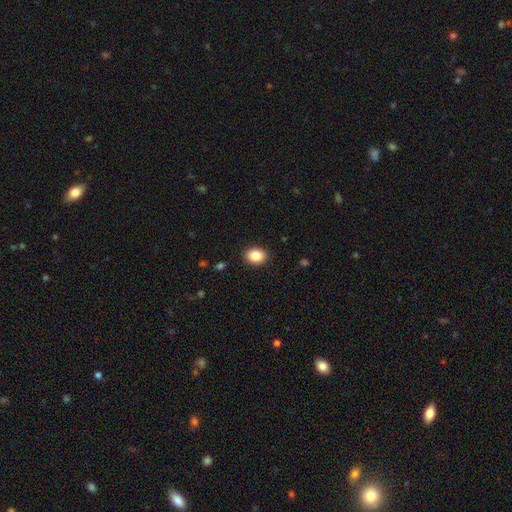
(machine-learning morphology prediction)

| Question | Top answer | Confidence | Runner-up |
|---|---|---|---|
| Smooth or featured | smooth | 87% | star or artifact (8%) |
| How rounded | in between | 68% | round (31%) |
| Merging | none | 89% | minor disturbance (7%) |